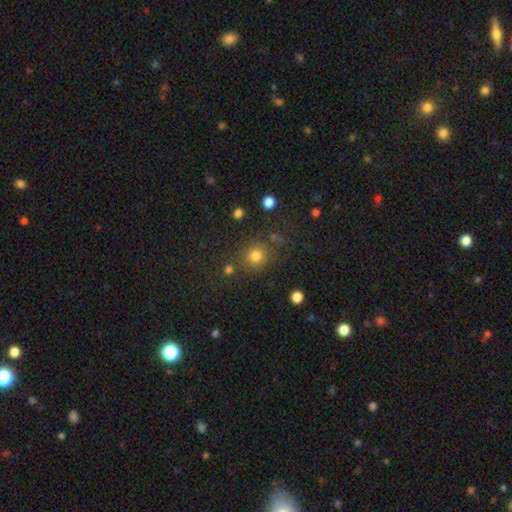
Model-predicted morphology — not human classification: Smooth or featured? Predicted: smooth (p=0.78). How rounded? Predicted: round (p=0.89). Merging? Predicted: none (p=0.77).